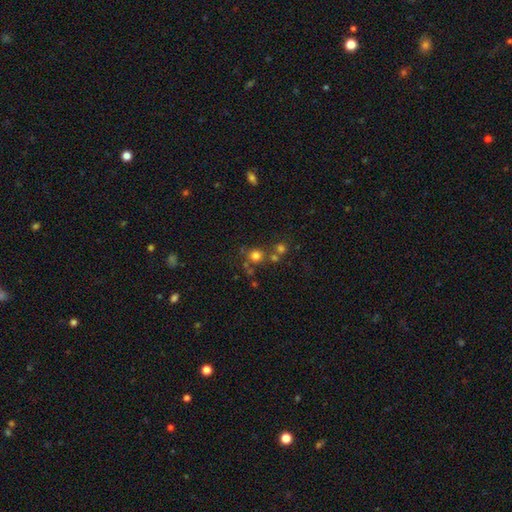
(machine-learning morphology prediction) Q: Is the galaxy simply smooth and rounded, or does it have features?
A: smooth — 71%.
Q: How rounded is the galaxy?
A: round — 89%.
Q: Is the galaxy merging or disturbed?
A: none — 64%.